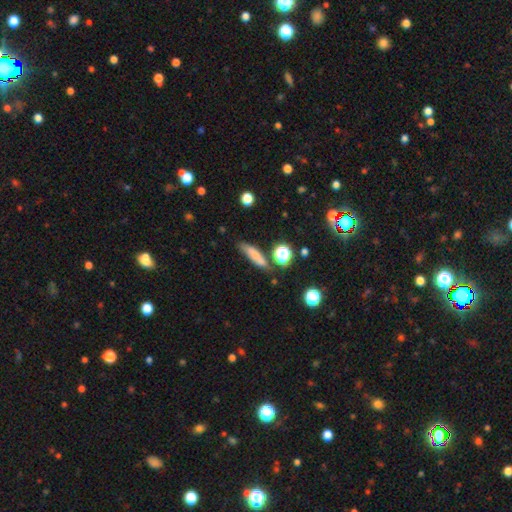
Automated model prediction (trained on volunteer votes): Smooth or featured?
  - smooth: 73% *
  - featured or disk: 15%
  - star or artifact: 12%
How rounded?
  - cigar-shaped: 65% *
  - in between: 28%
  - round: 7%
Merging?
  - none: 69% *
  - minor disturbance: 18%
  - merger: 7%
  - major disturbance: 5%